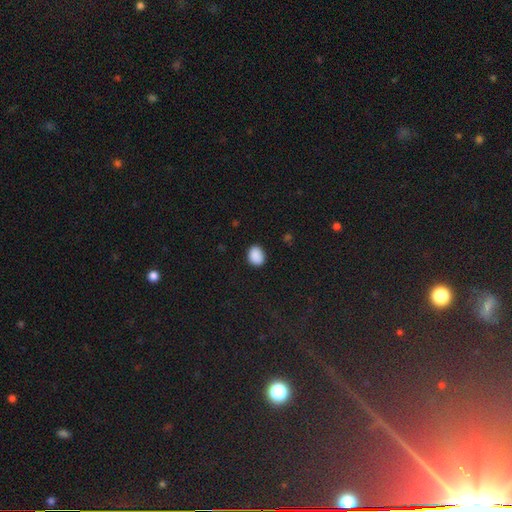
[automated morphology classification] Q: Smooth or featured?
A: smooth (89%); runner-up: star or artifact (8%)
Q: How rounded?
A: in between (55%); runner-up: round (44%)
Q: Merging?
A: none (87%); runner-up: minor disturbance (10%)